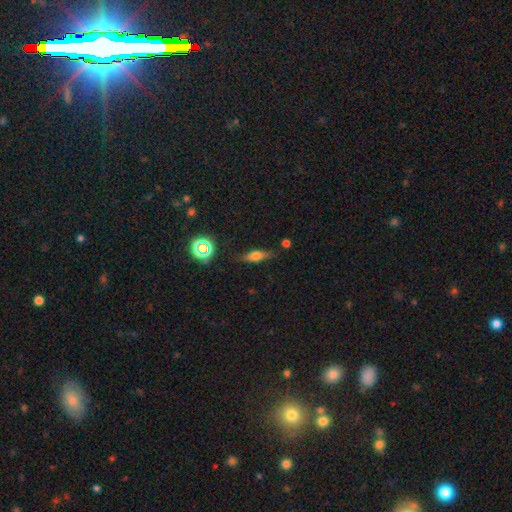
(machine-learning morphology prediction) Smooth or featured?
  - smooth: 50% *
  - featured or disk: 38%
  - star or artifact: 12%
How rounded?
  - cigar-shaped: 52% *
  - in between: 42%
  - round: 6%
Merging?
  - none: 78% *
  - minor disturbance: 16%
  - major disturbance: 4%
  - merger: 3%